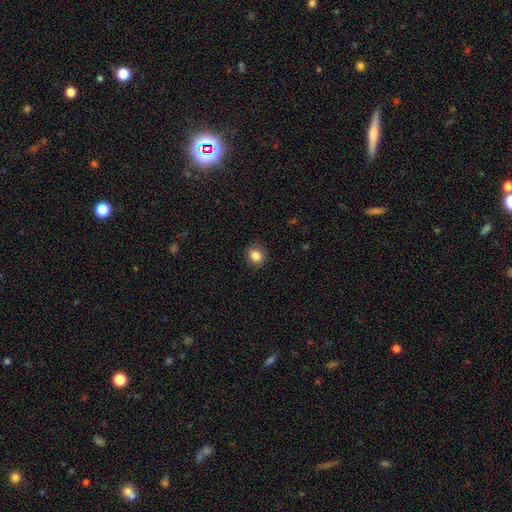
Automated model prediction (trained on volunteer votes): The model was most divided on "how rounded": round: 79%, in between: 20%, cigar-shaped: 1%. More confident: merging — none (88%); smooth or featured — smooth (84%).